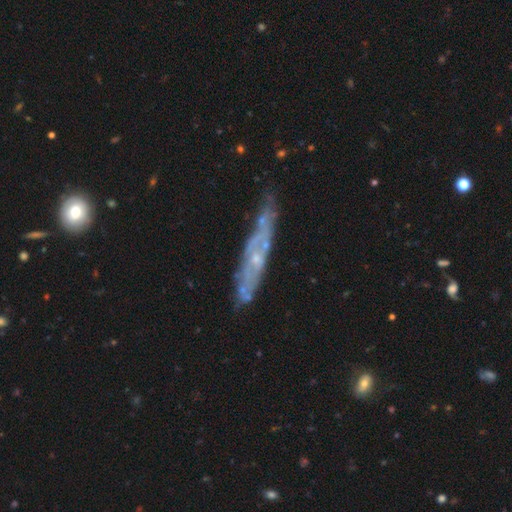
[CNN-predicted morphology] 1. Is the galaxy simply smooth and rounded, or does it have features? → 70% featured or disk, 21% smooth, 9% star or artifact.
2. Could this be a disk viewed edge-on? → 56% yes, 44% no.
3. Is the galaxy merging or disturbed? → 66% none, 23% minor disturbance, 7% major disturbance, 4% merger.